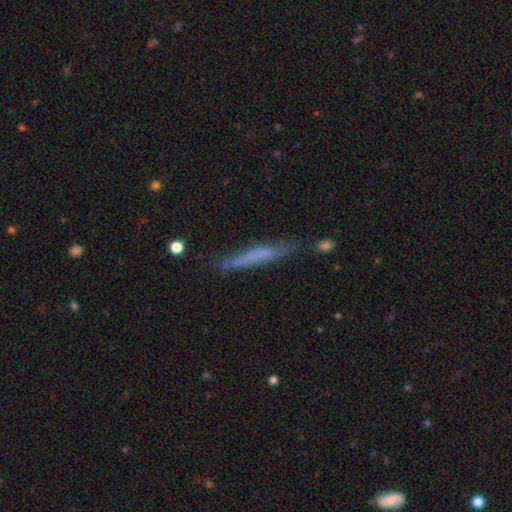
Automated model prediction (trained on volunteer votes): Overall: smooth (52%; featured or disk 40%). How rounded: cigar-shaped (94%). Merging: none (68%).